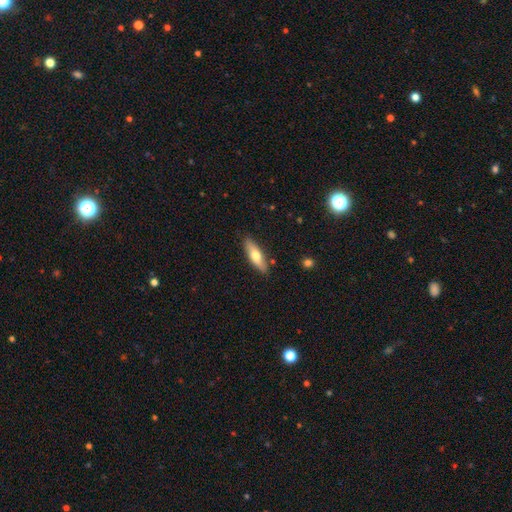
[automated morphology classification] smooth_or_featured: smooth (p=0.61) [alt: featured or disk p=0.33]
how_rounded: cigar-shaped (p=0.54) [alt: in between p=0.44]
merging: none (p=0.86) [alt: minor disturbance p=0.10]